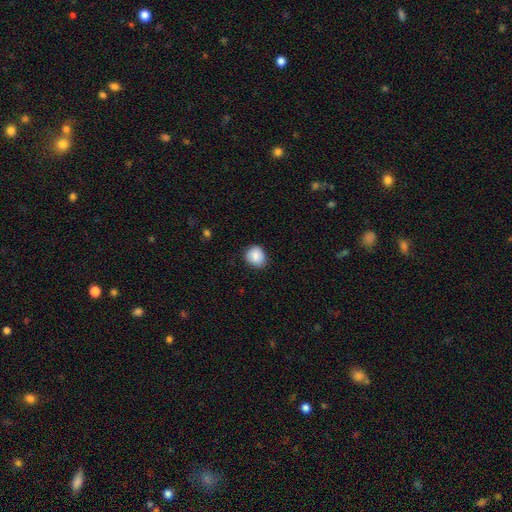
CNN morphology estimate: Overall: smooth (87%). How rounded: round (73%). Merging: none (84%).